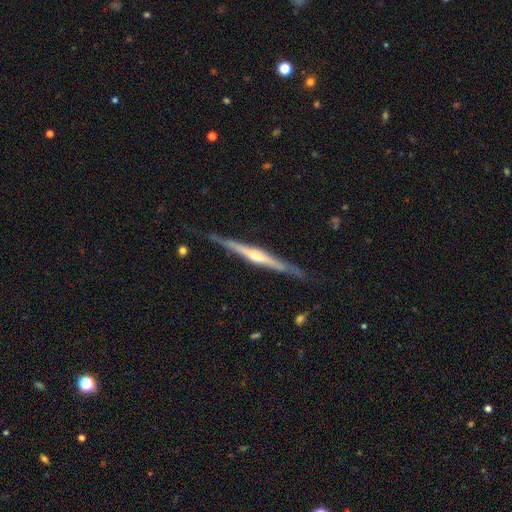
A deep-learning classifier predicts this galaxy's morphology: Q: Smooth or featured?
A: featured or disk (83%); runner-up: smooth (12%)
Q: Edge-on disk?
A: yes (98%); runner-up: no (2%)
Q: Edge-on bulge?
A: rounded (80%); runner-up: none (12%)
Q: Merging?
A: none (86%); runner-up: minor disturbance (11%)